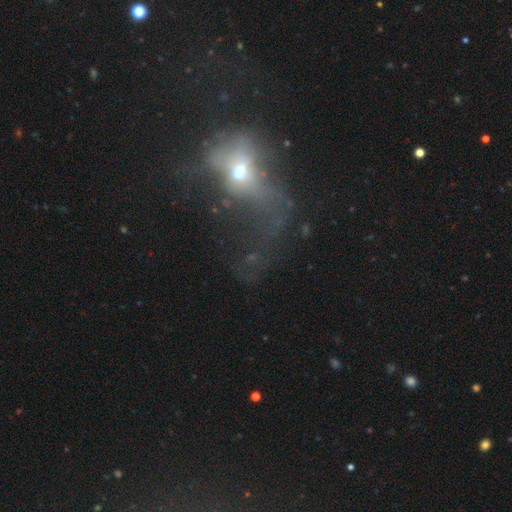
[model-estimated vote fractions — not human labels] smooth-or-featured: featured or disk: 41% | smooth: 34% | star or artifact: 25%
  merging: major disturbance: 61% | none: 17% | minor disturbance: 12% | merger: 9%